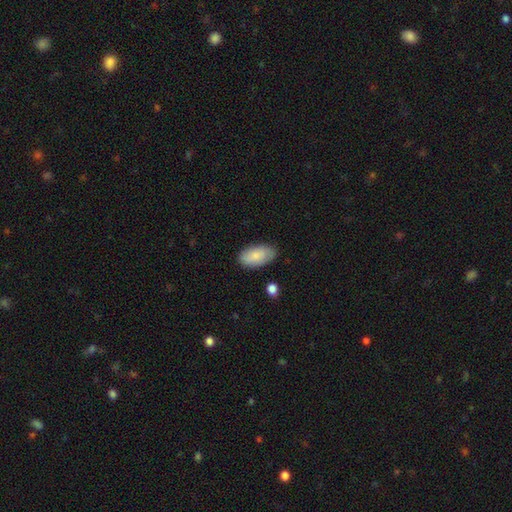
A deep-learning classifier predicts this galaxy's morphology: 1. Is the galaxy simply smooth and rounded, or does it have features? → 83% smooth, 11% featured or disk, 6% star or artifact.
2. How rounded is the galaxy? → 95% in between, 3% round, 3% cigar-shaped.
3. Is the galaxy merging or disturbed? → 82% none, 14% minor disturbance, 3% major disturbance, 2% merger.